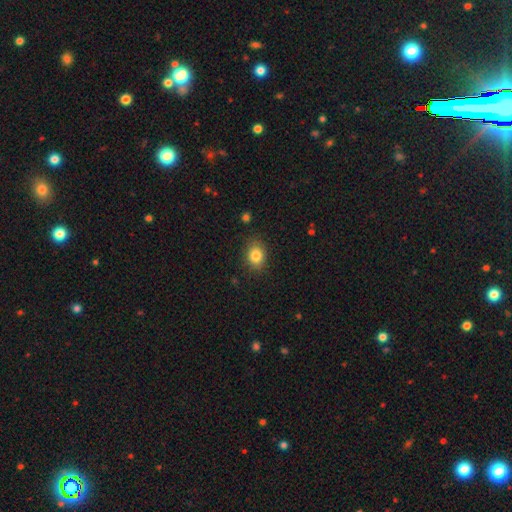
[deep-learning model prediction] A smooth galaxy with no disk features (83%) that is in between round and cigar-shaped (59%).

Vote fractions:
- Smooth or featured? smooth: 83% / star or artifact: 10% / featured or disk: 7%
- How rounded? in between: 59% / round: 40% / cigar-shaped: 1%
- Merging? none: 84% / minor disturbance: 12% / major disturbance: 3% / merger: 1%